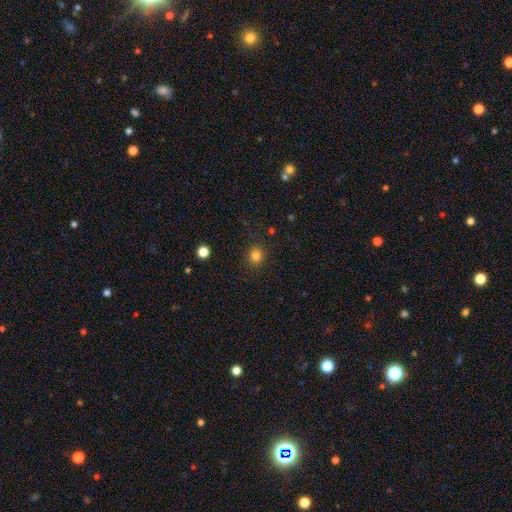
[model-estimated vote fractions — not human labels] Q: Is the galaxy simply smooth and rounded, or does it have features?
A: smooth — 83%.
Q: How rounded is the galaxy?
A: round — 78%.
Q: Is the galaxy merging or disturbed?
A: none — 88%.